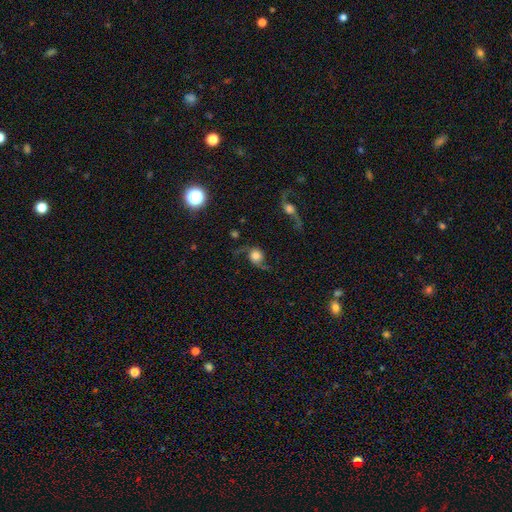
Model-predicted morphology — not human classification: type=featured or disk (62%); edge-on=no (94%); bar=no (75%); spiral arms=yes (93%); winding=loose (85%); arm count=2 (84%); bulge=large (40%); merging=none (55%).